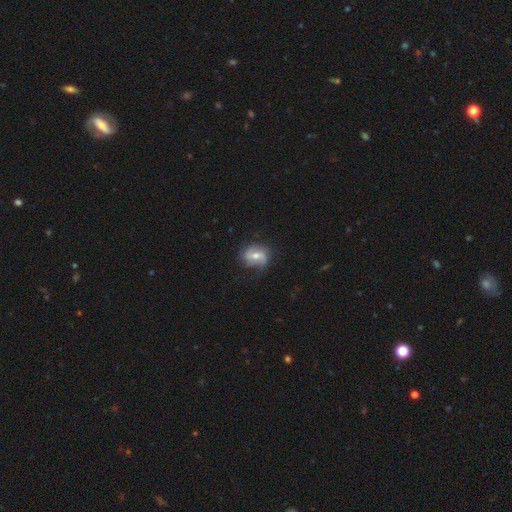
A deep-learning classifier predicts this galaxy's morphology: A featured or disk galaxy (62%) with a weak bar (45%), spiral arms (84%) and a moderate central bulge (65%). Merging: none (66%).